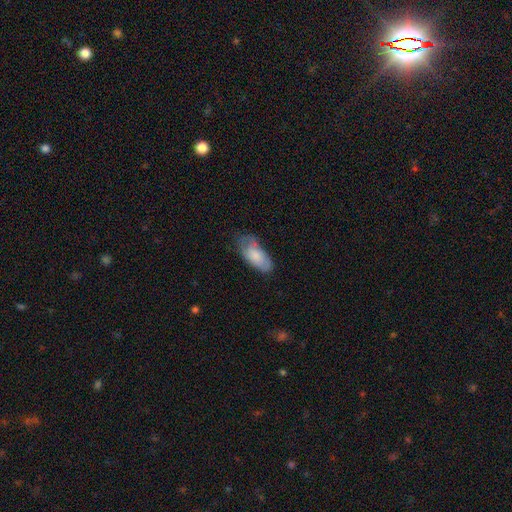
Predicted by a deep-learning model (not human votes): Smooth or featured: smooth — 78% (featured or disk — 16%)
How rounded: in between — 90% (cigar-shaped — 8%)
Merging: none — 46% (minor disturbance — 38%)